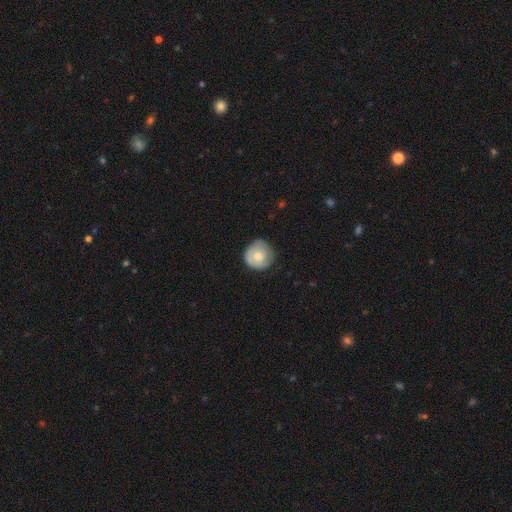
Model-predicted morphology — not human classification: Smooth or featured?
  - smooth: 69% *
  - featured or disk: 24%
  - star or artifact: 7%
How rounded?
  - round: 93% *
  - in between: 6%
  - cigar-shaped: 1%
Merging?
  - none: 73% *
  - minor disturbance: 21%
  - major disturbance: 5%
  - merger: 1%